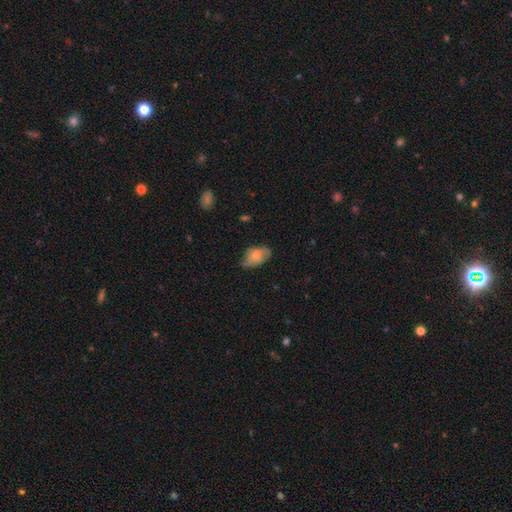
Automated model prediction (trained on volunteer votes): A smooth galaxy with no disk features (58%) that is in between round and cigar-shaped (89%).

Vote fractions:
- Smooth or featured? smooth: 58% / featured or disk: 35% / star or artifact: 8%
- How rounded? in between: 89% / round: 9% / cigar-shaped: 2%
- Merging? none: 58% / minor disturbance: 31% / major disturbance: 10% / merger: 2%